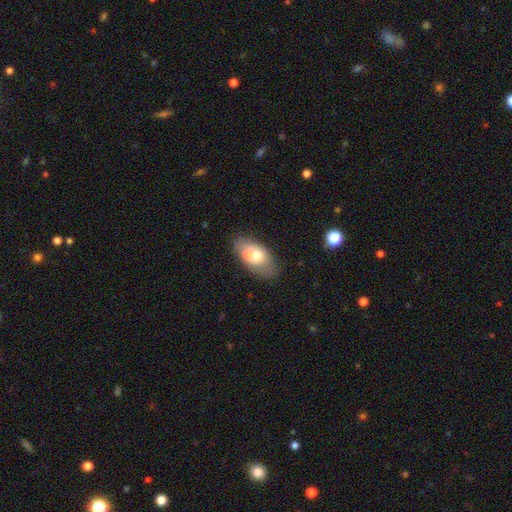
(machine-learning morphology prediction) smooth_or_featured: smooth (p=0.61) [alt: featured or disk p=0.31]
how_rounded: in between (p=0.90) [alt: round p=0.07]
merging: none (p=0.46) [alt: merger p=0.35]